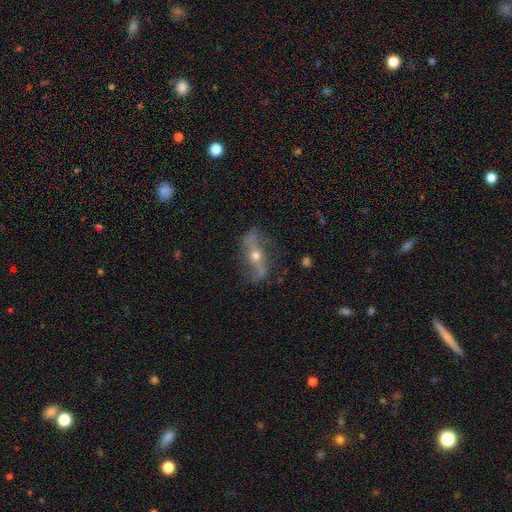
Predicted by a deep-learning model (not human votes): Morphology: type=featured or disk (77%); edge-on=no (72%); bar=strong (45%); spiral arms=yes (80%); bulge=moderate (59%); merging=none (76%).